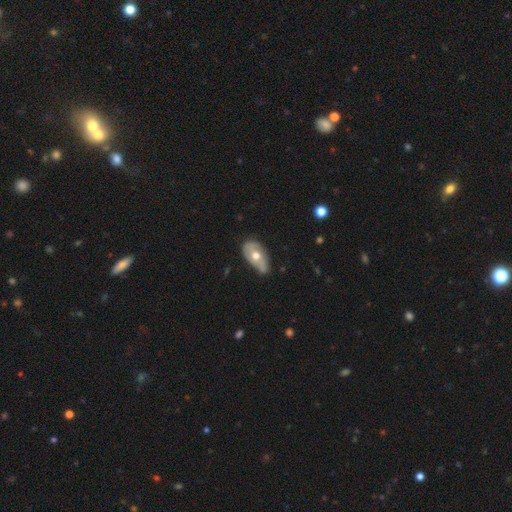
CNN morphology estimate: Smooth or featured: smooth — 51% (featured or disk — 42%)
How rounded: in between — 91% (round — 7%)
Merging: none — 43% (minor disturbance — 40%)